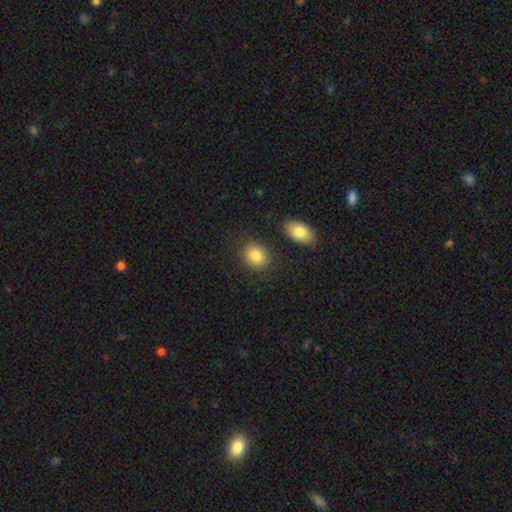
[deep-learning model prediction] The model was most divided on "how rounded": round: 51%, in between: 48%, cigar-shaped: 1%. More confident: smooth or featured — smooth (84%); merging — none (82%).